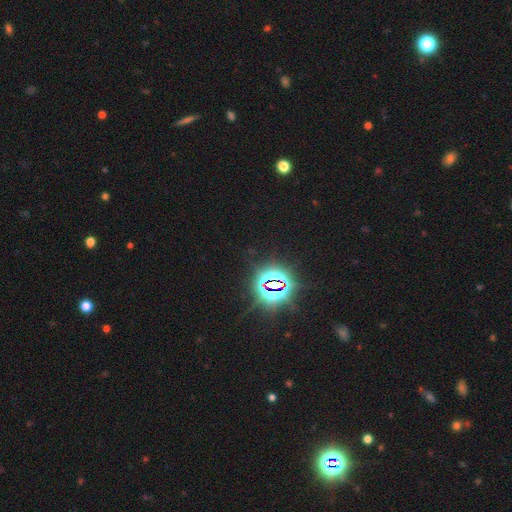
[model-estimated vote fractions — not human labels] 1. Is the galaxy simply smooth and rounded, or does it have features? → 84% star or artifact, 10% smooth, 6% featured or disk.